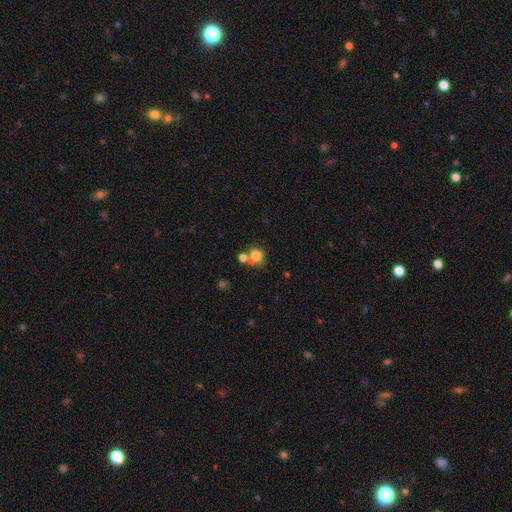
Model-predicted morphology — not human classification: Overall: smooth (72%). How rounded: round (71%). Merging: none (45%; merger 40%).